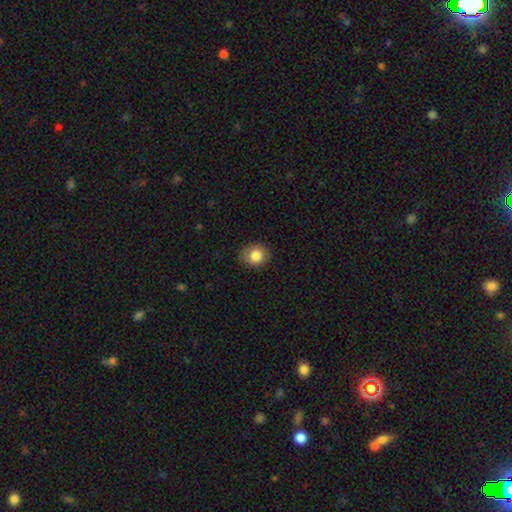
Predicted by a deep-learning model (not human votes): Smooth or featured? Predicted: smooth (p=0.84). How rounded? Predicted: round (p=0.69). Merging? Predicted: none (p=0.85).